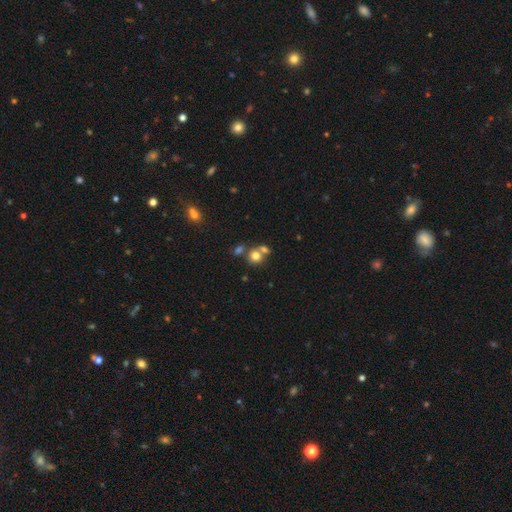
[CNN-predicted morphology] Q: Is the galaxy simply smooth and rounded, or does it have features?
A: smooth — 75%.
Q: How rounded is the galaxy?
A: round — 79%.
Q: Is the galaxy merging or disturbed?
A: none — 48%.